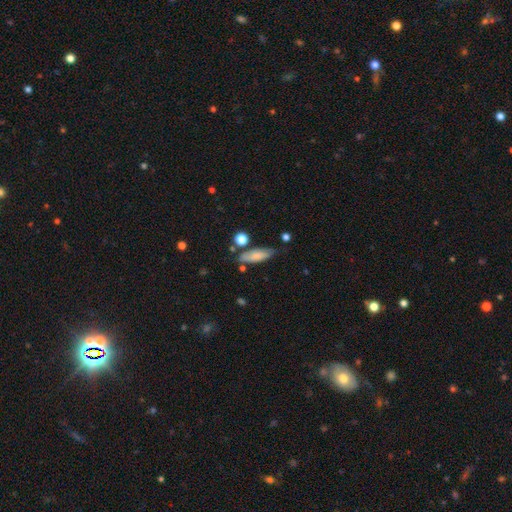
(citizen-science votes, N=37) Q: Smooth or featured?
A: smooth (81%); runner-up: featured or disk (16%)
Q: How rounded?
A: in between (60%); runner-up: cigar-shaped (40%)
Q: Merging?
A: none (78%); runner-up: minor disturbance (19%)